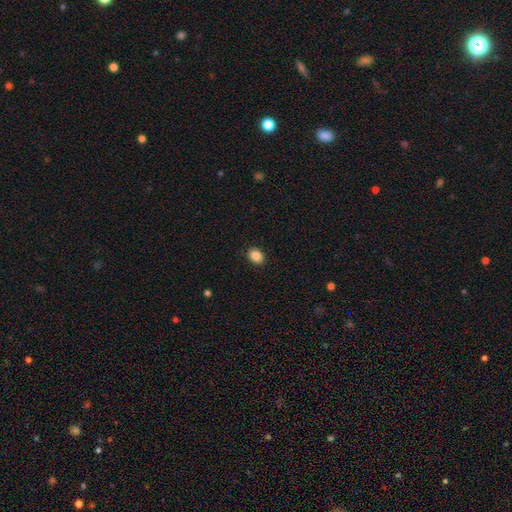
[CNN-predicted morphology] Smooth or featured? smooth (88%)
How rounded? in between (71%)
Merging? none (89%)